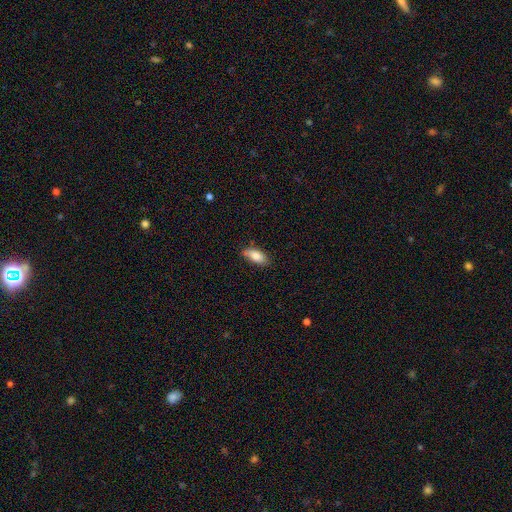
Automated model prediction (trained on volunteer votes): This appears to be a smooth galaxy with no disk features (82%) that is in between round and cigar-shaped (87%). Merging: none (72%).